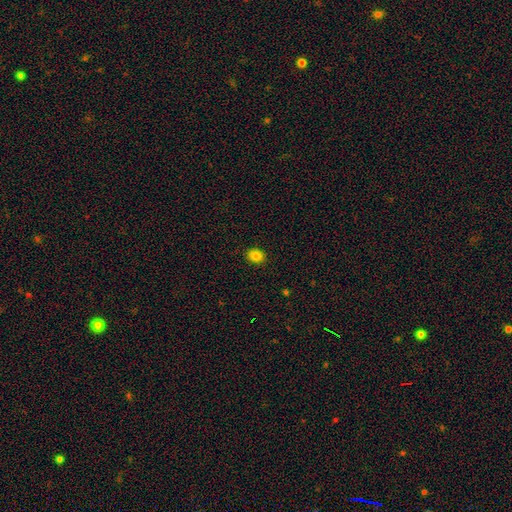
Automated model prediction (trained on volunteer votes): A smooth galaxy with no disk features (83%) that is in between round and cigar-shaped (53%).

Vote fractions:
- Smooth or featured? smooth: 83% / star or artifact: 11% / featured or disk: 6%
- How rounded? in between: 53% / round: 46% / cigar-shaped: 1%
- Merging? none: 90% / minor disturbance: 8% / major disturbance: 2% / merger: 1%